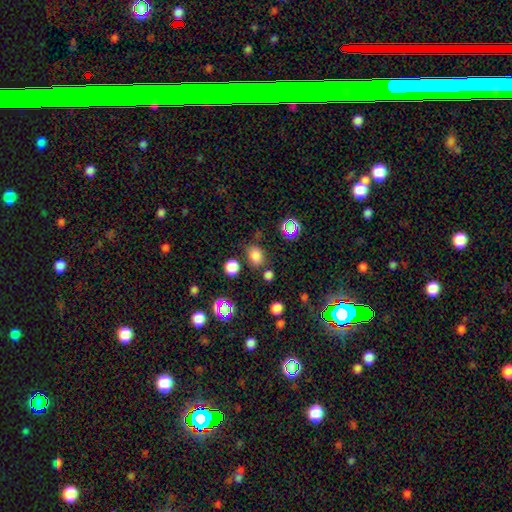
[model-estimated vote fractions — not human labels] Smooth or featured: smooth — 77% (star or artifact — 18%)
How rounded: in between — 62% (round — 36%)
Merging: none — 72% (minor disturbance — 15%)